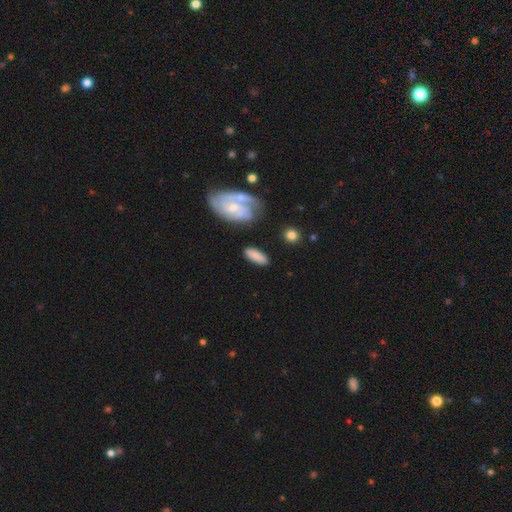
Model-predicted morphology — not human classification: This appears to be a smooth galaxy with no disk features (73%) that is in between round and cigar-shaped (73%). Merging: none (77%).